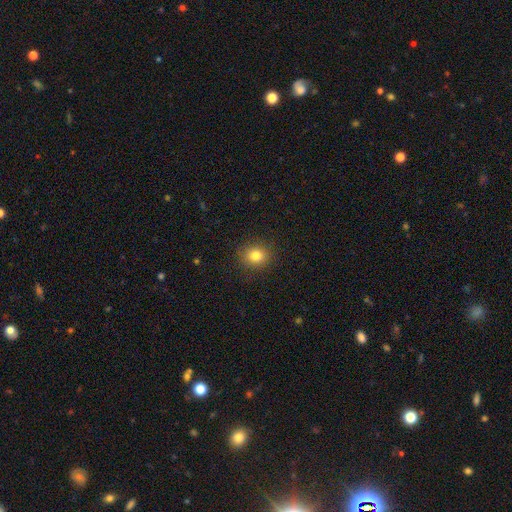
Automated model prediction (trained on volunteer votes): This is clearly a smooth galaxy (81%). How rounded: likely round (78%). Merging: clearly none (89%).